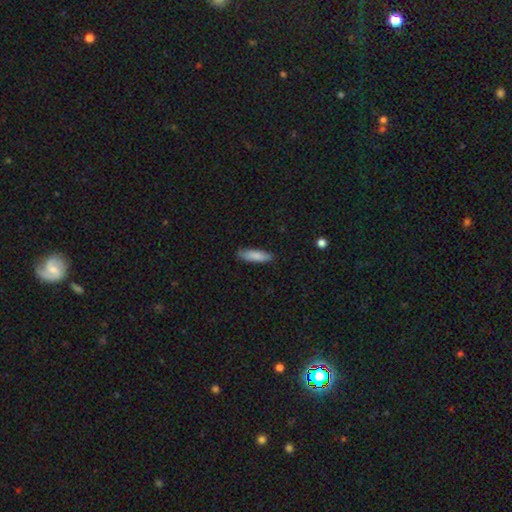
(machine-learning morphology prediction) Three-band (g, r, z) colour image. It shows a smooth galaxy with no disk features (84%) that is cigar-shaped (58%). Merging: none (86%).